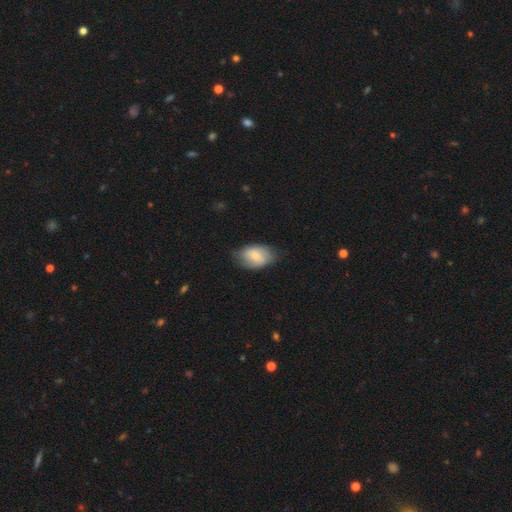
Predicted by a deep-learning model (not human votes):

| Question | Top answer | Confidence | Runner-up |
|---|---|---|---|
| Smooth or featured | smooth | 61% | featured or disk (32%) |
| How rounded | in between | 88% | round (11%) |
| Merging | none | 67% | minor disturbance (26%) |